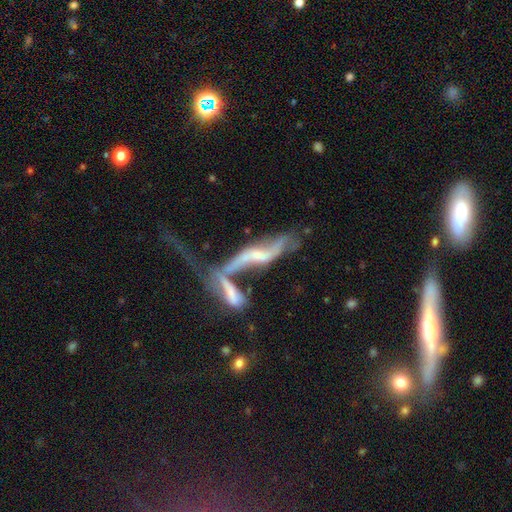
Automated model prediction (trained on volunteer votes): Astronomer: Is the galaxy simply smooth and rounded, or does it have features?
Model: featured or disk — 75%.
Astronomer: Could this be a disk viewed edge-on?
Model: no — 70%.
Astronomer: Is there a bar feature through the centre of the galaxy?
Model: no — 51% (runner-up: weak, 31%).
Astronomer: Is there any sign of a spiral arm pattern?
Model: yes — 76%.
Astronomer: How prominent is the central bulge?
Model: small — 45% (runner-up: moderate, 28%).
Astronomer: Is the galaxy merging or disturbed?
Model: merger — 63%.